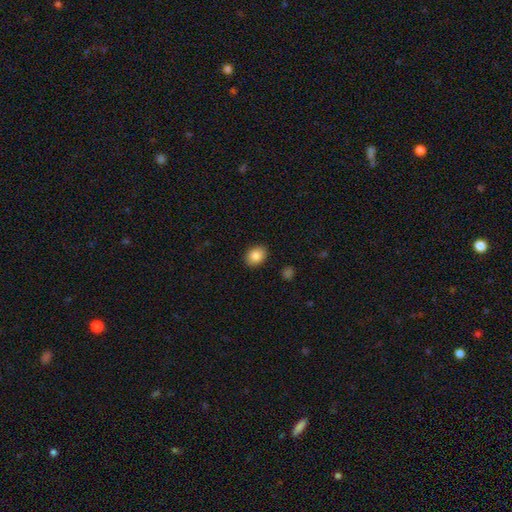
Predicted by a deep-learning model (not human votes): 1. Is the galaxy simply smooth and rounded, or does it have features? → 87% smooth, 8% star or artifact, 5% featured or disk.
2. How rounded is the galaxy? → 63% in between, 36% round, 1% cigar-shaped.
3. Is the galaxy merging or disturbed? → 89% none, 8% minor disturbance, 2% major disturbance, 1% merger.